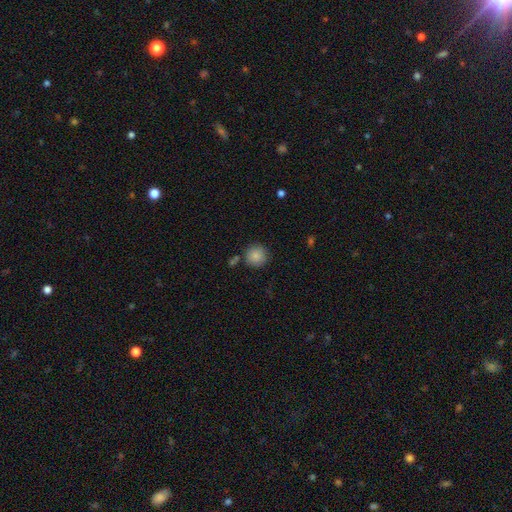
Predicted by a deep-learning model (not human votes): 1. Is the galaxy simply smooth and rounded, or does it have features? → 87% smooth, 9% star or artifact, 4% featured or disk.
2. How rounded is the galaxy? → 94% round, 5% in between, 1% cigar-shaped.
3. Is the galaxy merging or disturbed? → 84% none, 9% minor disturbance, 5% merger, 3% major disturbance.